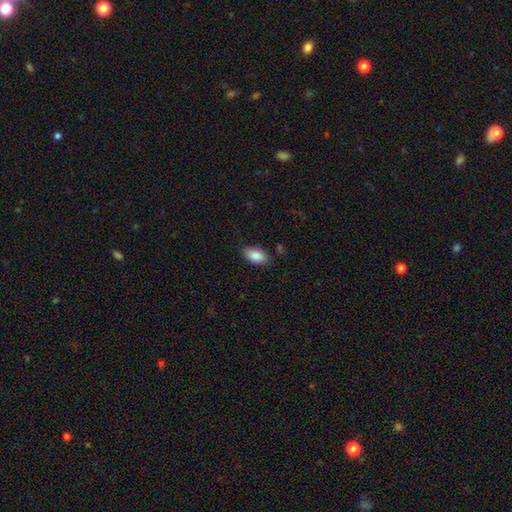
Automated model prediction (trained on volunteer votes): Smooth or featured? Predicted: smooth (p=0.88). How rounded? Predicted: in between (p=0.93). Merging? Predicted: none (p=0.82).